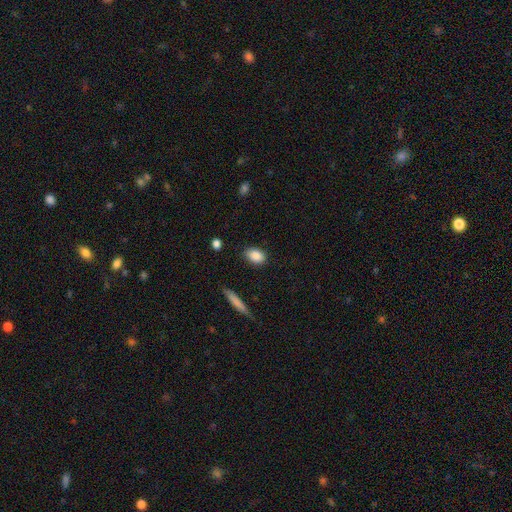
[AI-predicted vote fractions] Smooth or featured: smooth — 87% (star or artifact — 7%)
How rounded: in between — 82% (round — 16%)
Merging: none — 85% (minor disturbance — 11%)